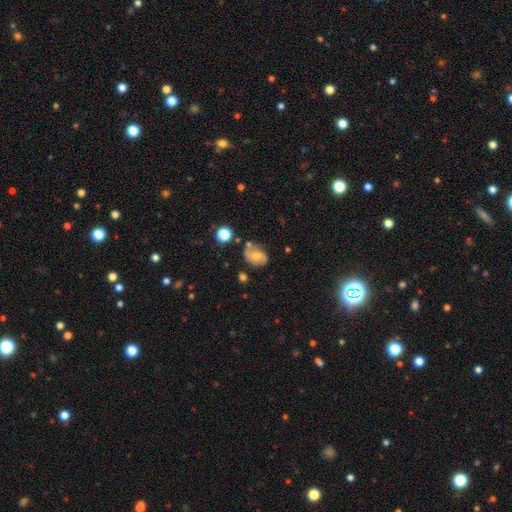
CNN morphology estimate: smooth_or_featured: featured or disk (p=0.53) [alt: smooth p=0.38]
disk_edge_on: no (p=0.96) [alt: yes p=0.04]
bar: no (p=0.64) [alt: weak p=0.29]
has_spiral_arms: yes (p=0.79) [alt: no p=0.21]
bulge_size: moderate (p=0.55) [alt: small p=0.37]
merging: none (p=0.62) [alt: minor disturbance p=0.23]